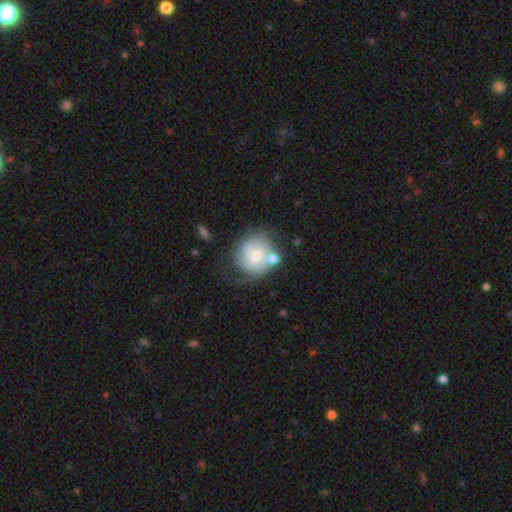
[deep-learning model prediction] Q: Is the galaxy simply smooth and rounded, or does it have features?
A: featured or disk — 61%.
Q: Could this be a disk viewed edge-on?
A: no — 97%.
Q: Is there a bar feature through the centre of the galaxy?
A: no — 58%.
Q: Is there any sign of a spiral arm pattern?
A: yes — 83%.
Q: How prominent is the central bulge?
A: small — 51%.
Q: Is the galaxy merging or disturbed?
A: none — 45%.